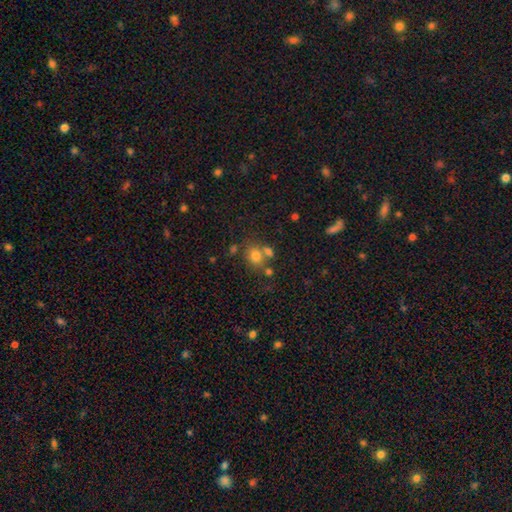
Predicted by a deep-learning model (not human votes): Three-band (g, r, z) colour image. It shows a smooth galaxy with no disk features (76%) that is round (62%). Merging: none (56%).